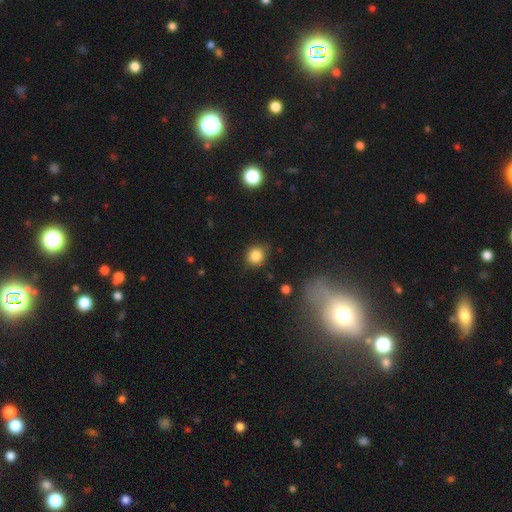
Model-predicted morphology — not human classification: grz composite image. It shows a smooth galaxy with no disk features (85%) that is round (83%). Merging: none (84%).